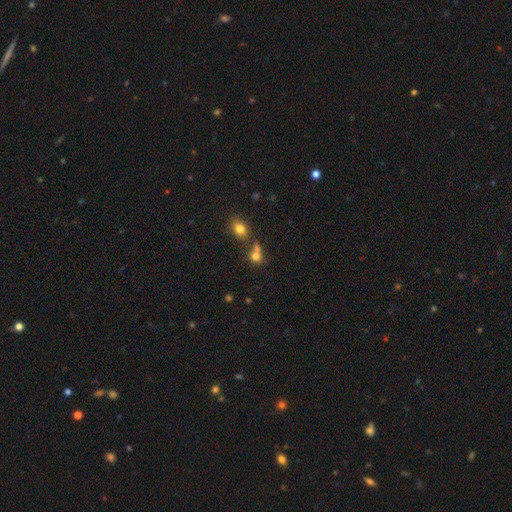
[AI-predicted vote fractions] Smooth or featured? smooth (77%)
How rounded? round (74%)
Merging? none (46%)